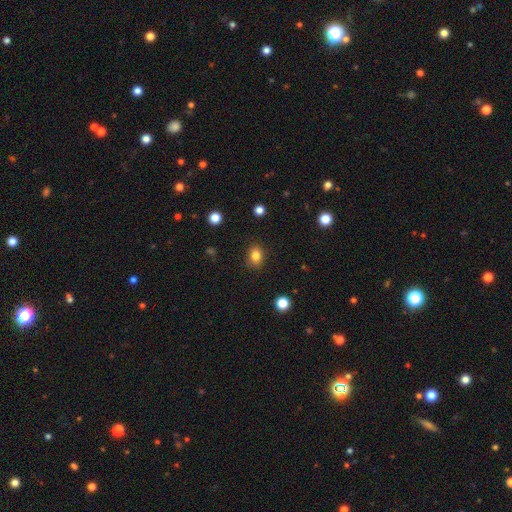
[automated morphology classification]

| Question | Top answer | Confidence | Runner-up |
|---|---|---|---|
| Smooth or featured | smooth | 83% | star or artifact (11%) |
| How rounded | in between | 54% | round (45%) |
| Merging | none | 86% | minor disturbance (10%) |